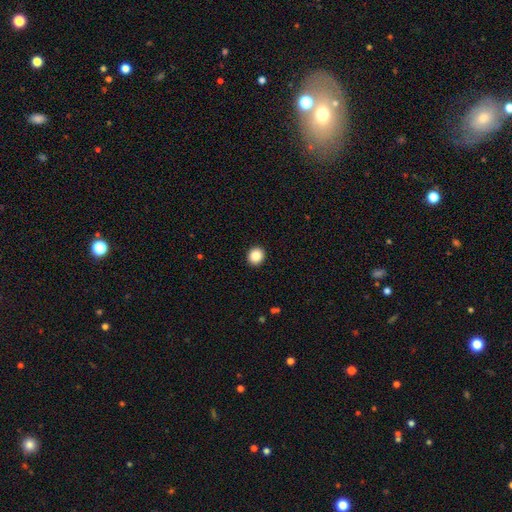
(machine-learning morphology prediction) Smooth or featured?
  - smooth: 87% *
  - star or artifact: 9%
  - featured or disk: 4%
How rounded?
  - round: 85% *
  - in between: 14%
  - cigar-shaped: 1%
Merging?
  - none: 93% *
  - minor disturbance: 5%
  - major disturbance: 2%
  - merger: 1%